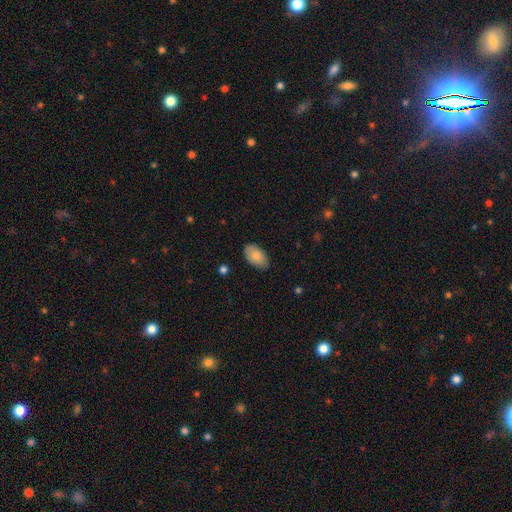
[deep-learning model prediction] Q: Smooth or featured?
A: smooth (82%); runner-up: featured or disk (12%)
Q: How rounded?
A: in between (94%); runner-up: round (5%)
Q: Merging?
A: none (83%); runner-up: minor disturbance (13%)